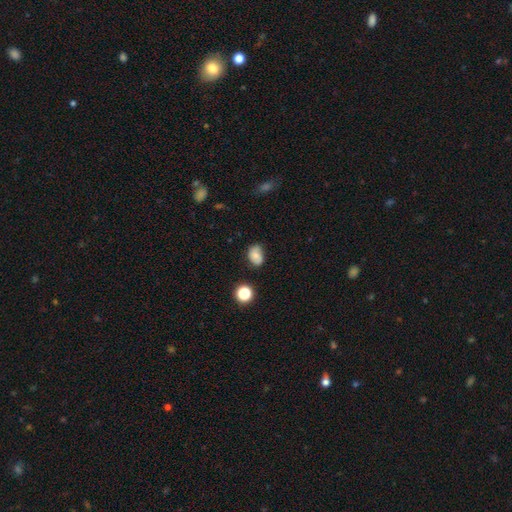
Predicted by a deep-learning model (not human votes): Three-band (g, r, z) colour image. It shows a smooth galaxy with no disk features (68%) that is in between round and cigar-shaped (71%). Merging: none (65%).